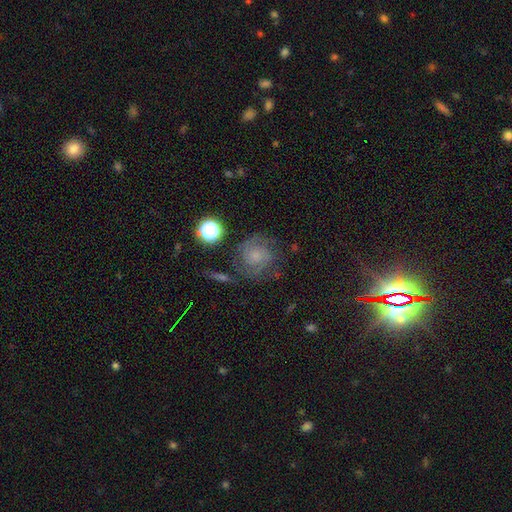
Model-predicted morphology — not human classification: Smooth or featured? featured or disk (65%)
Edge-on disk? no (97%)
Bar? no (71%)
Spiral arms? yes (93%)
Spiral winding? tight (51%)
Spiral arm count? 2 (61%)
Bulge size? small (41%)
Merging? none (68%)